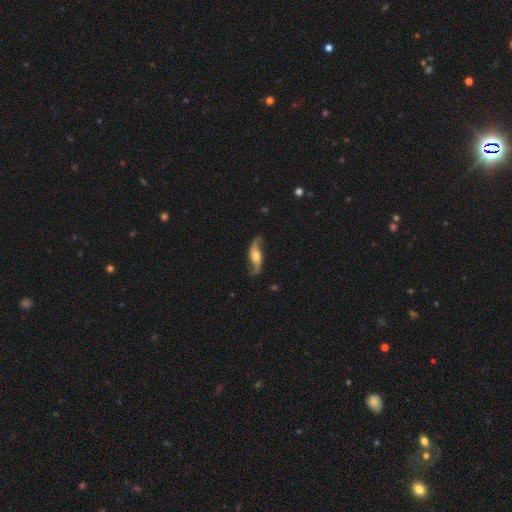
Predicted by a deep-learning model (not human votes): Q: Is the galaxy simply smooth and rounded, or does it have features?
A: featured or disk — 83%.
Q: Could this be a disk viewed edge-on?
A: no — 88%.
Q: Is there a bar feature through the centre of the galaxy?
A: no — 54%.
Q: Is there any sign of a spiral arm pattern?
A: yes — 95%.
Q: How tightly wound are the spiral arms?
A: loose — 80%.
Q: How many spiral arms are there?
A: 2 — 93%.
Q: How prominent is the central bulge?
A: moderate — 59%.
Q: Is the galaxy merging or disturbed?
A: none — 79%.